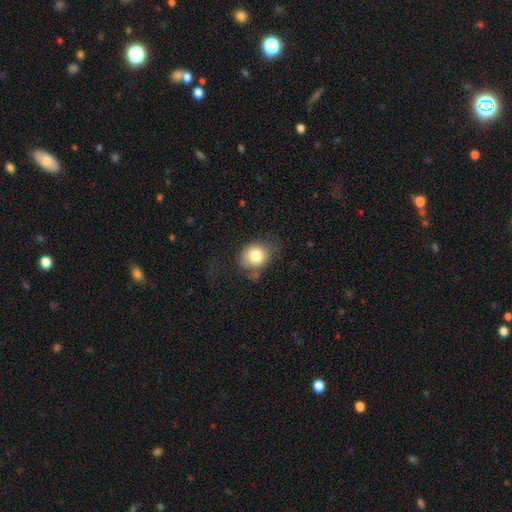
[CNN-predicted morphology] The model was most divided on "how rounded": round: 67%, in between: 32%, cigar-shaped: 1%. More confident: smooth or featured — smooth (80%); merging — none (60%).